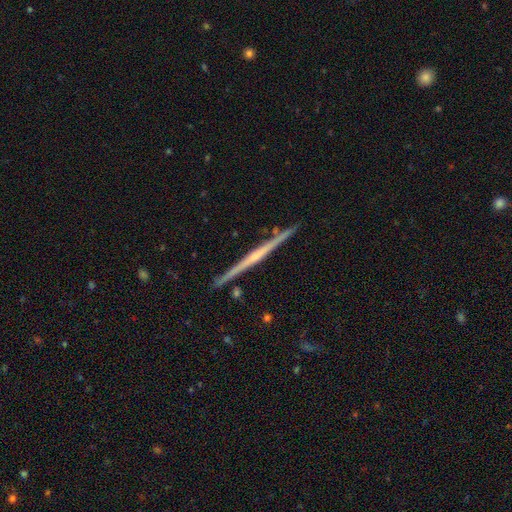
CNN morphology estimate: featured or disk 77%, smooth 18%, star or artifact 5%. Down the decision tree: edge-on disk — yes (98%); edge-on bulge — none (55%); merging — none (91%).